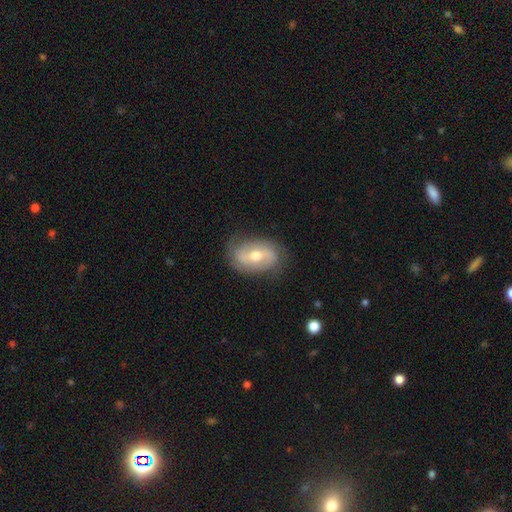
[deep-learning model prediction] Smooth or featured? featured or disk (65%)
Edge-on disk? no (94%)
Bar? weak (42%)
Spiral arms? yes (75%)
Bulge size? moderate (74%)
Merging? none (75%)